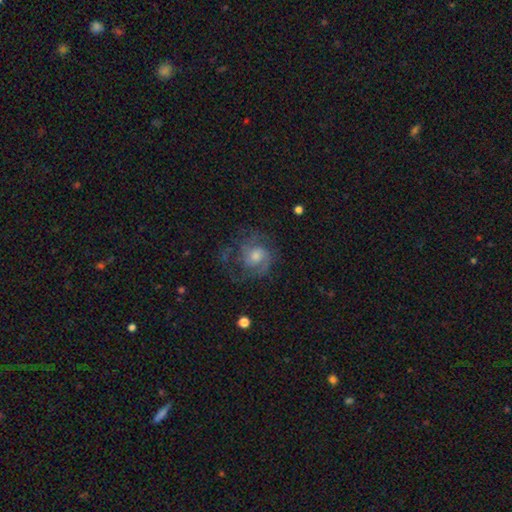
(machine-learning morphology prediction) A featured or disk galaxy (76%) with no bar (63%), 2 (52%) medium (46%) spiral arms (92%) and a moderate central bulge (52%). Merging: none (64%).